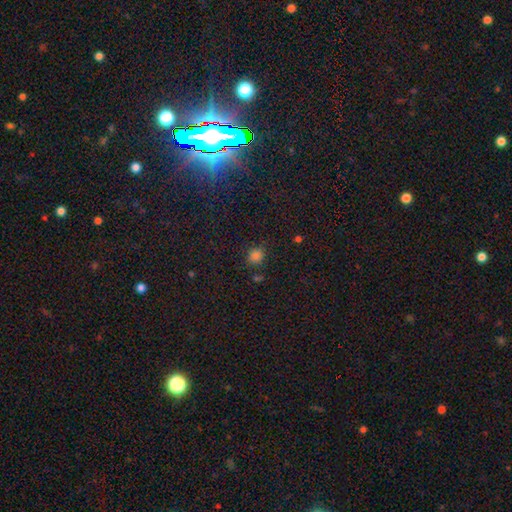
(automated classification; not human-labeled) This appears to be a smooth galaxy with no disk features (79%) that is round (76%). Merging: none (79%).